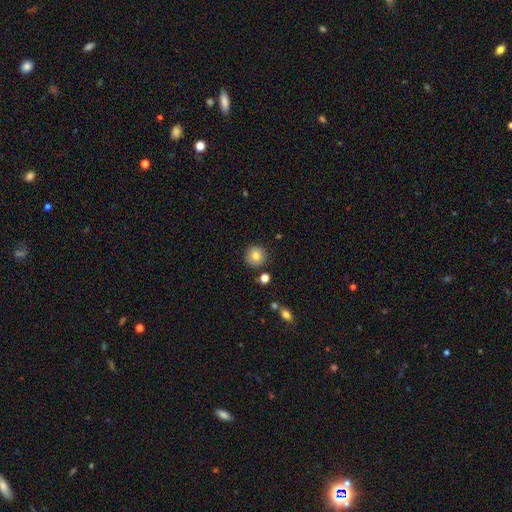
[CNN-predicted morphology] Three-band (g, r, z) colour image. It shows a smooth galaxy with no disk features (80%) that is round (94%). Merging: none (88%).